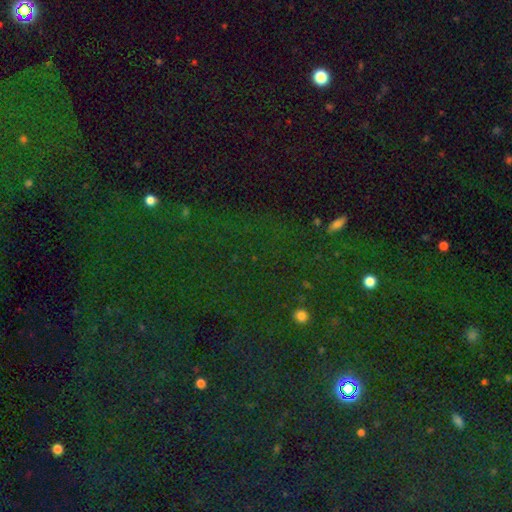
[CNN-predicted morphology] smooth_or_featured: star or artifact (p=0.80) [alt: smooth p=0.12]